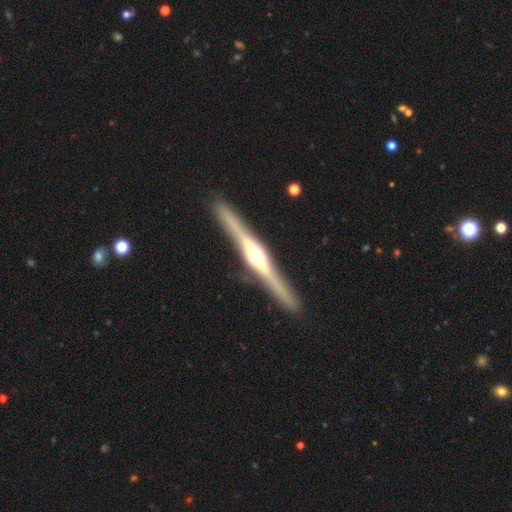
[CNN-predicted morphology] A featured or disk galaxy (83%) viewed edge-on (98%) with a rounded central bulge (92%). Merging: none (90%).